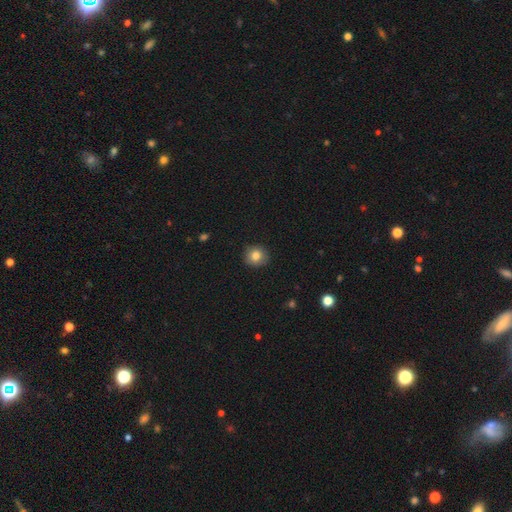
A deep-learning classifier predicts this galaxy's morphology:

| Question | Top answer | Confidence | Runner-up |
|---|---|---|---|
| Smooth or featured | smooth | 81% | star or artifact (10%) |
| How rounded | round | 88% | in between (11%) |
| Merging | none | 89% | minor disturbance (8%) |